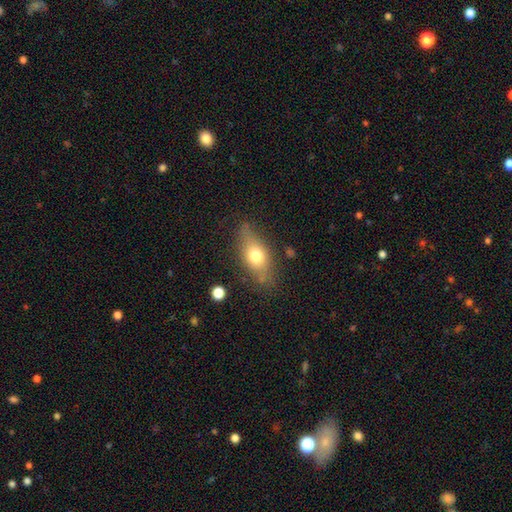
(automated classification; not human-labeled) smooth-or-featured: smooth: 67% | featured or disk: 25% | star or artifact: 8%
  how-rounded: in between: 76% | cigar-shaped: 14% | round: 10%
  merging: none: 72% | minor disturbance: 20% | major disturbance: 6% | merger: 3%